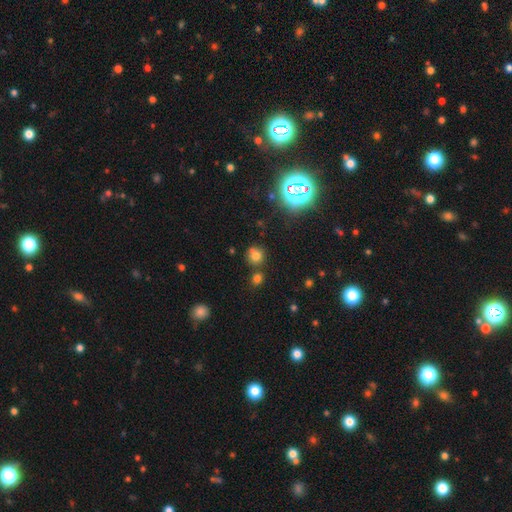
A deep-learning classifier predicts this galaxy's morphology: Smooth or featured: smooth — 70% (star or artifact — 22%)
How rounded: round — 86% (in between — 13%)
Merging: none — 70% (merger — 15%)